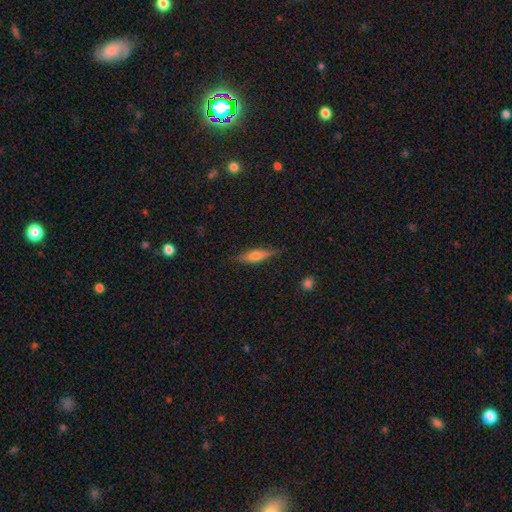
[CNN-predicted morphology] smooth-or-featured: featured or disk: 53% | smooth: 40% | star or artifact: 7%
  disk-edge-on: yes: 95% | no: 5%
    edge-on-bulge: rounded: 81% | boxy: 11% | none: 7%
  merging: none: 86% | minor disturbance: 10% | major disturbance: 2% | merger: 1%